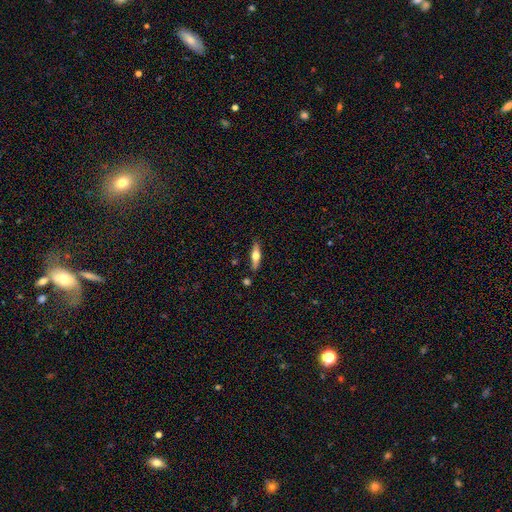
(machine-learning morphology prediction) type=smooth (50%); merging=none (82%).